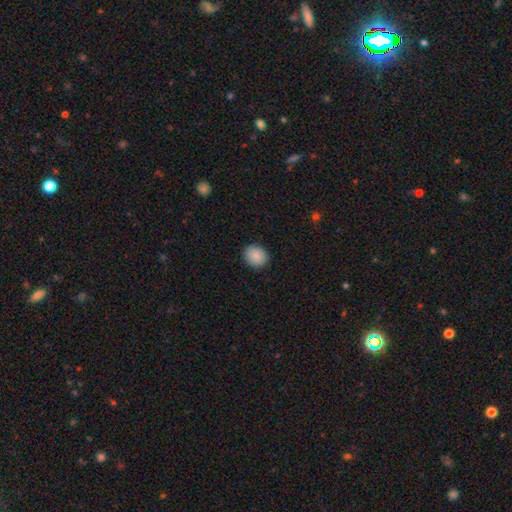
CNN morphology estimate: Overall: smooth (88%). How rounded: round (69%; in between 30%). Merging: none (90%).